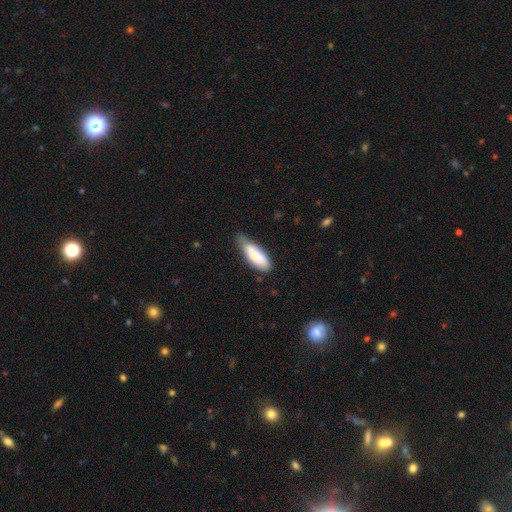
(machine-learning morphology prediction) This appears to be a smooth galaxy with no disk features (83%) that is in between round and cigar-shaped (58%). Merging: none (55%).